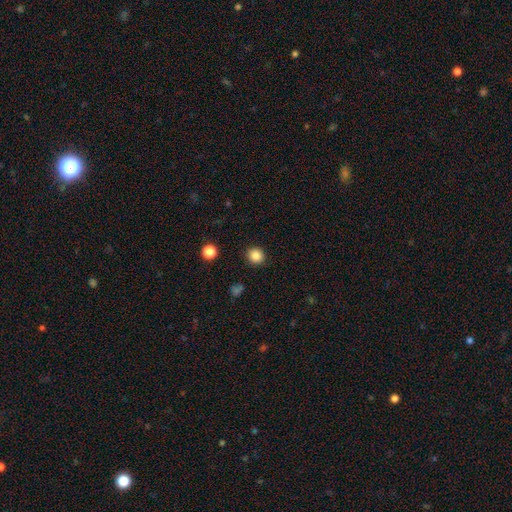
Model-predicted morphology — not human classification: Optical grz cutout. It shows a smooth galaxy with no disk features (86%) that is round (90%). Merging: none (91%).